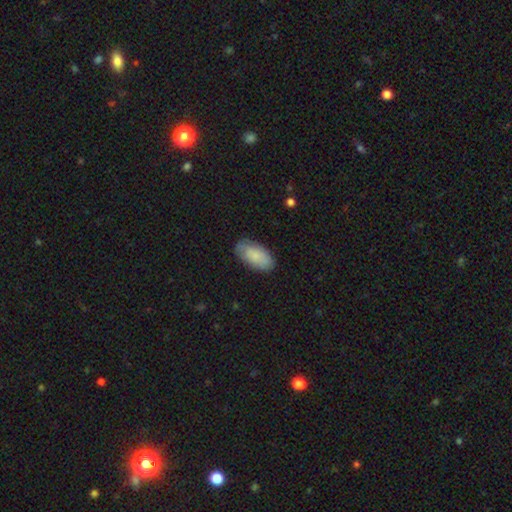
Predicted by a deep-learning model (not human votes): Smooth or featured? smooth (81%)
How rounded? in between (94%)
Merging? none (82%)